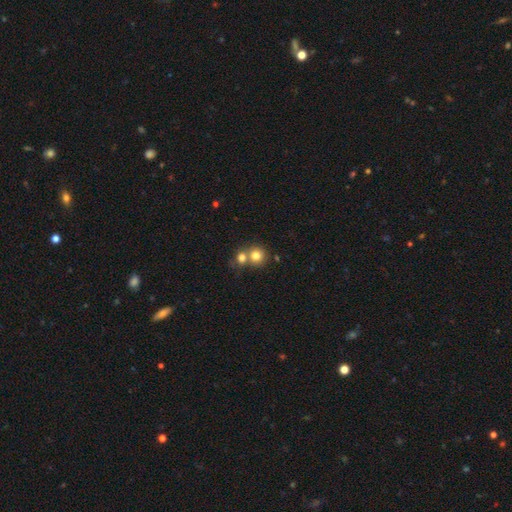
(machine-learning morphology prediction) smooth-or-featured: smooth: 79% | star or artifact: 11% | featured or disk: 10%
  how-rounded: round: 89% | in between: 11% | cigar-shaped: 1%
  merging: none: 47% | merger: 44% | minor disturbance: 6% | major disturbance: 2%